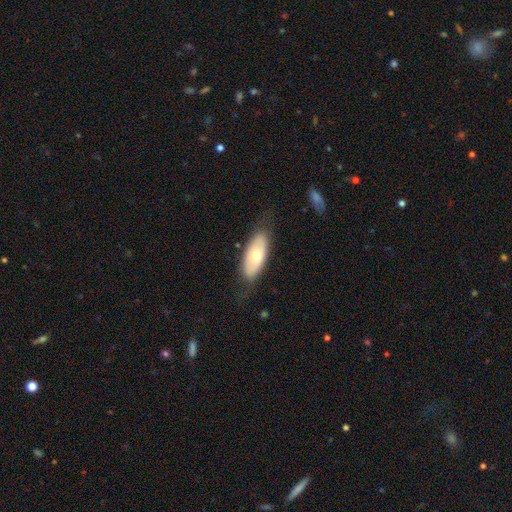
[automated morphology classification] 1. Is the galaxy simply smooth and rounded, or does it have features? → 63% smooth, 31% featured or disk, 6% star or artifact.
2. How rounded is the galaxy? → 83% in between, 14% cigar-shaped, 2% round.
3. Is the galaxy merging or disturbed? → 74% none, 19% minor disturbance, 6% major disturbance, 1% merger.